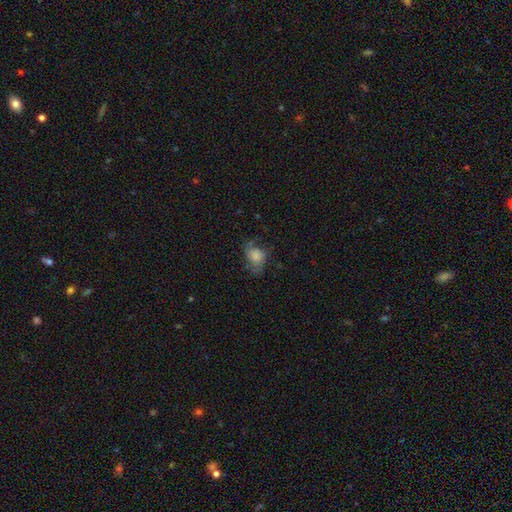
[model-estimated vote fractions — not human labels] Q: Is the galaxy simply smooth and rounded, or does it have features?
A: smooth — 66%.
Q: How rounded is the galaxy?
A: in between — 68%.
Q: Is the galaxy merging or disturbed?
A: none — 44%.